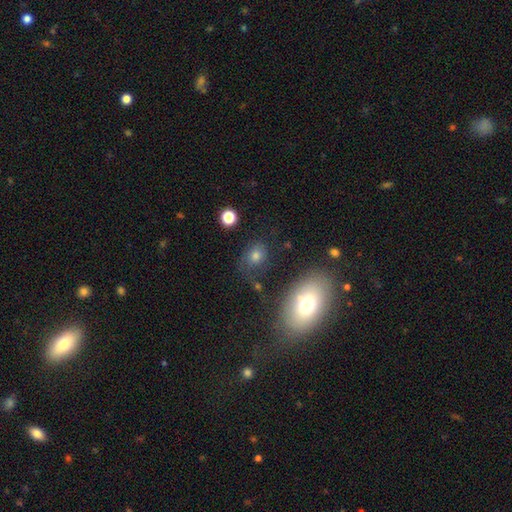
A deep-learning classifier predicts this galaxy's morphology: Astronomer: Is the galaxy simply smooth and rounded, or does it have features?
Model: smooth — 67%.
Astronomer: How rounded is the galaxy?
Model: in between — 54% (runner-up: round, 44%).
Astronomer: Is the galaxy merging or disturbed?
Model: none — 65%.